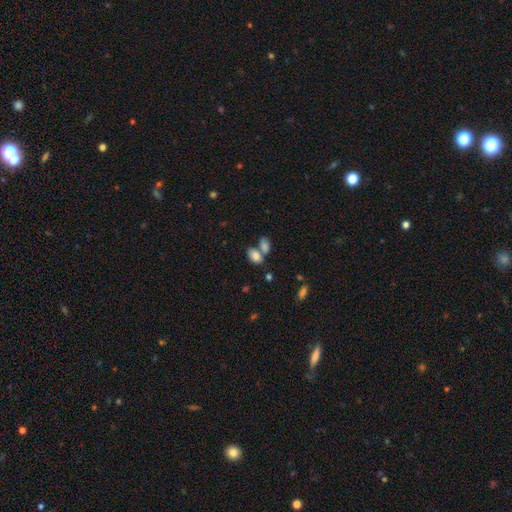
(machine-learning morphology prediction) A smooth galaxy with no disk features (82%) that is in between round and cigar-shaped (89%). Merging: merger (46%).